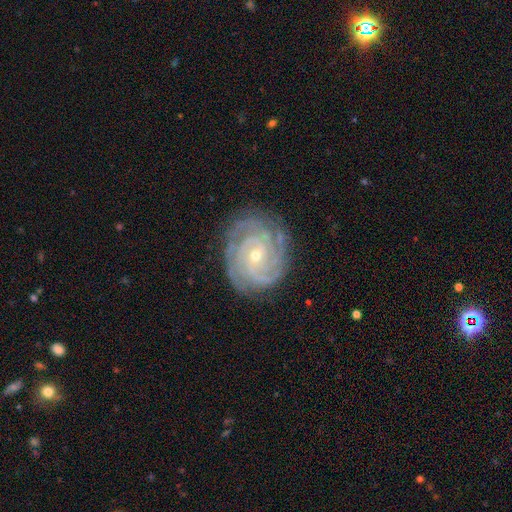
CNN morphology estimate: featured or disk 90%, star or artifact 6%, smooth 5%. Down the decision tree: edge-on disk — no (98%); bar — no (67%); spiral arms — yes (98%); spiral arm count — 4 (29%); spiral winding — tight (82%); bulge size — small (72%); merging — none (81%).